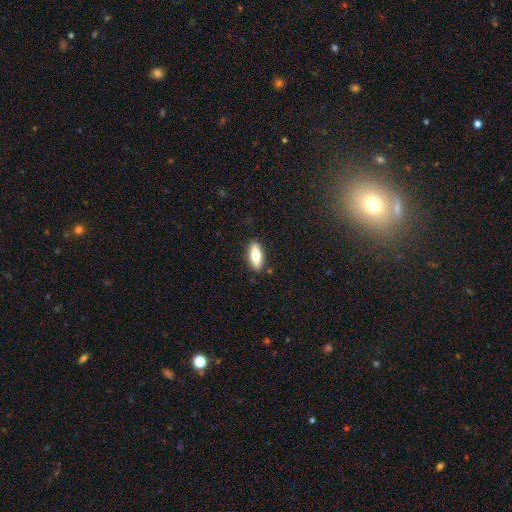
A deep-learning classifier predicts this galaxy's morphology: Smooth or featured? Predicted: smooth (p=0.68). How rounded? Predicted: in between (p=0.69). Merging? Predicted: none (p=0.87).